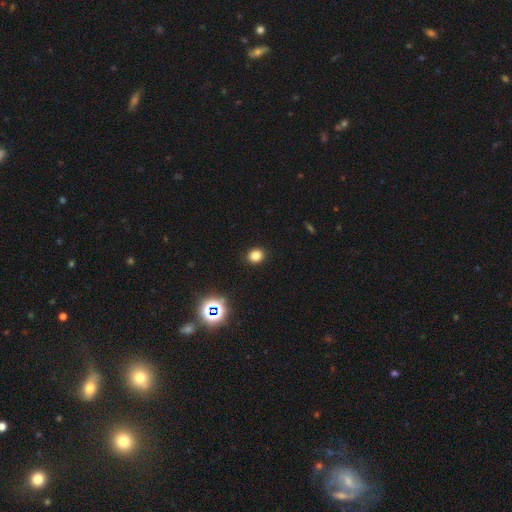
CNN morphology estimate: Q: Smooth or featured?
A: smooth (80%); runner-up: star or artifact (15%)
Q: How rounded?
A: round (63%); runner-up: in between (37%)
Q: Merging?
A: none (91%); runner-up: minor disturbance (6%)